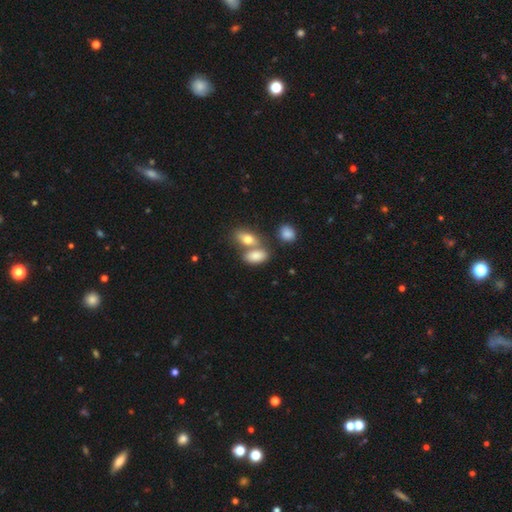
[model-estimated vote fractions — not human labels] Q: Smooth or featured?
A: smooth (80%); runner-up: featured or disk (11%)
Q: How rounded?
A: in between (90%); runner-up: round (6%)
Q: Merging?
A: merger (45%); runner-up: none (40%)